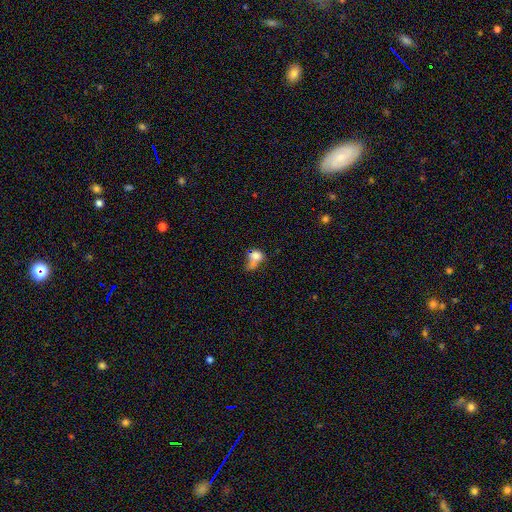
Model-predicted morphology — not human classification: Smooth or featured?
  - smooth: 67% *
  - featured or disk: 19%
  - star or artifact: 14%
How rounded?
  - round: 50% *
  - in between: 47%
  - cigar-shaped: 3%
Merging?
  - major disturbance: 29% *
  - none: 25%
  - merger: 25%
  - minor disturbance: 21%